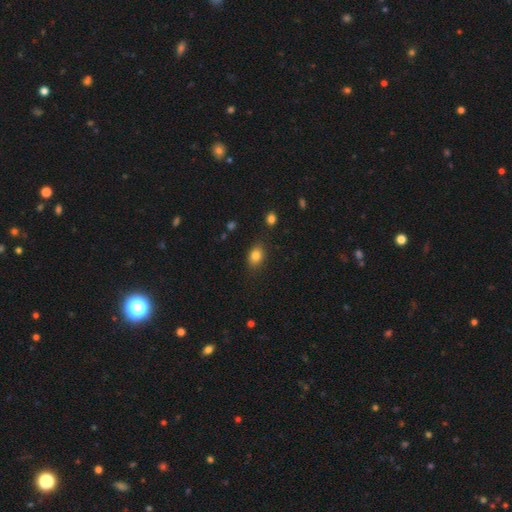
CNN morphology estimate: Overall: smooth (82%). How rounded: in between (68%; round 30%). Merging: none (82%).